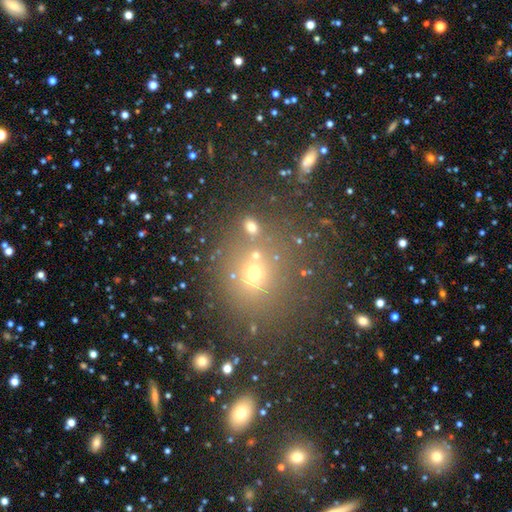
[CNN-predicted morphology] A smooth galaxy with no disk features (62%) that is round (69%). Merging: none (65%).